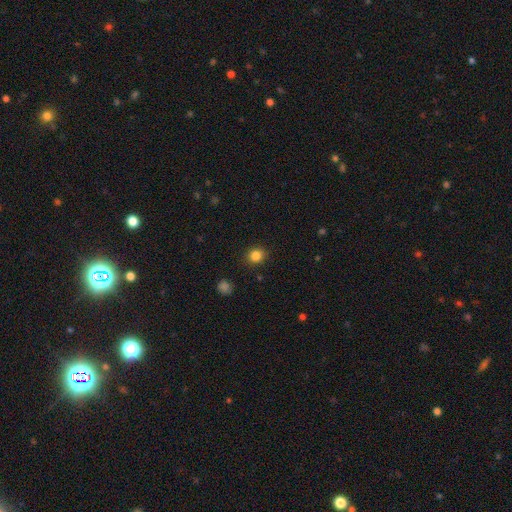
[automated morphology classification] A smooth galaxy with no disk features (83%) that is round (84%). Merging: none (90%).